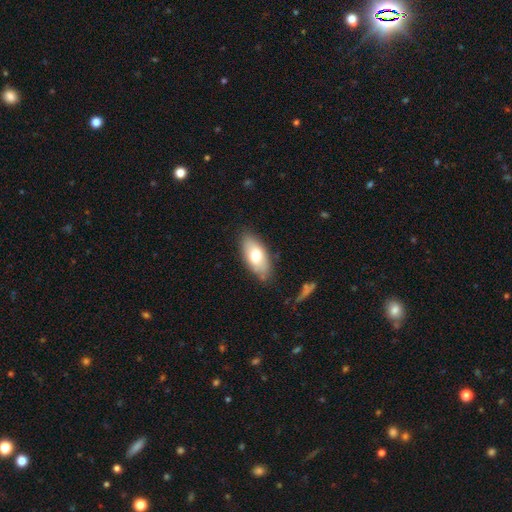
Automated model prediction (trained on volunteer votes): smooth-or-featured: smooth: 71% | featured or disk: 22% | star or artifact: 7%
  how-rounded: in between: 88% | cigar-shaped: 9% | round: 3%
  merging: none: 79% | minor disturbance: 15% | major disturbance: 3% | merger: 2%